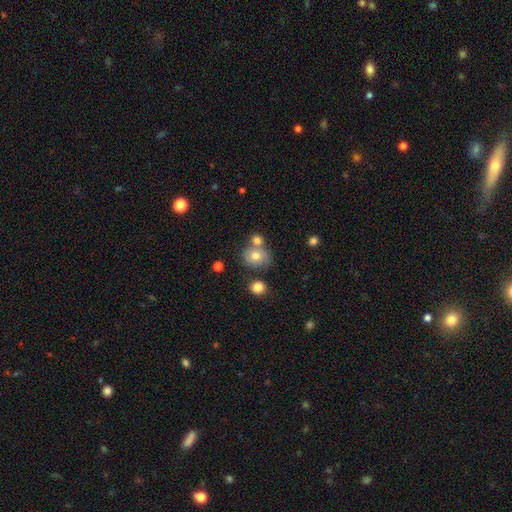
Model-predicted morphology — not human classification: smooth_or_featured: smooth (p=0.71) [alt: featured or disk p=0.19]
how_rounded: round (p=0.75) [alt: in between p=0.24]
merging: none (p=0.52) [alt: merger p=0.29]